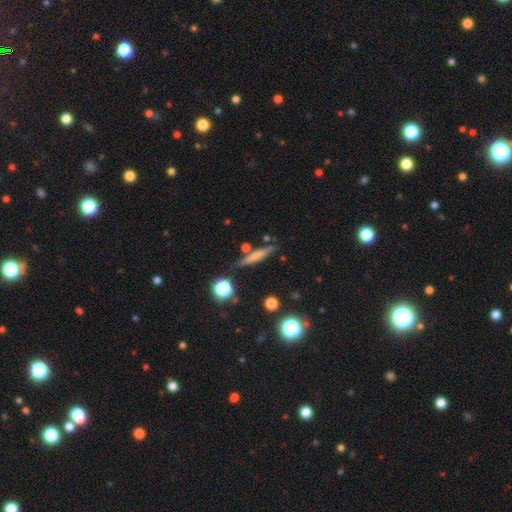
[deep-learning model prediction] This is likely a smooth galaxy (61%). How rounded: clearly cigar-shaped (87%). Merging: likely none (77%).